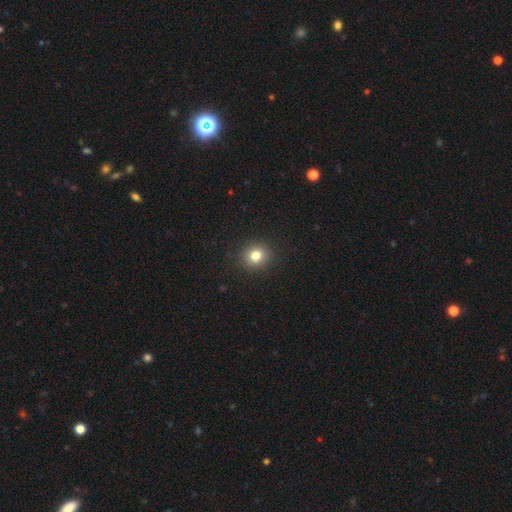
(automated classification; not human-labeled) This appears to be a smooth galaxy with no disk features (80%) that is round (86%). Merging: none (91%).